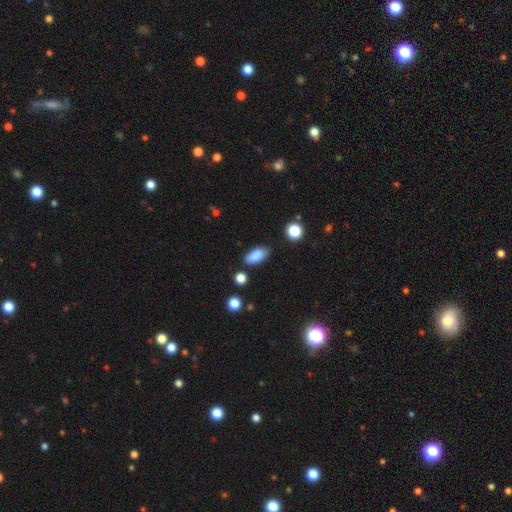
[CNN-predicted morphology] Smooth or featured? smooth (85%)
How rounded? in between (87%)
Merging? none (76%)